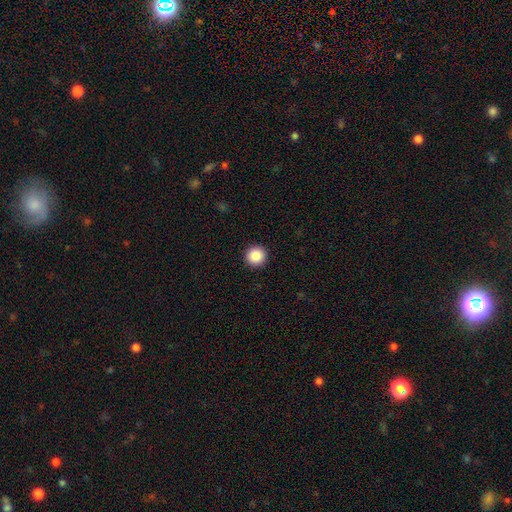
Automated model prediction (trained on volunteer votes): Smooth or featured? Predicted: smooth (p=0.88). How rounded? Predicted: round (p=0.96). Merging? Predicted: none (p=0.94).